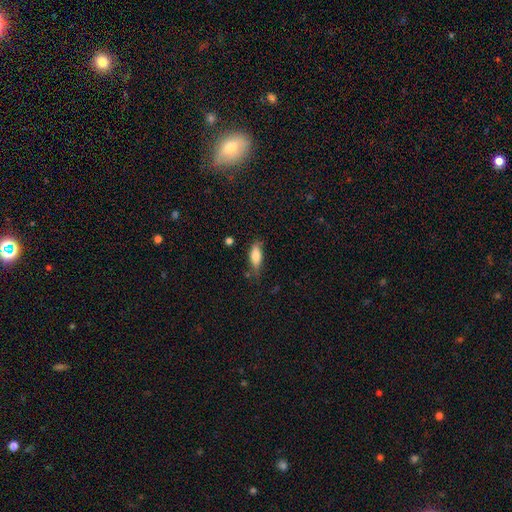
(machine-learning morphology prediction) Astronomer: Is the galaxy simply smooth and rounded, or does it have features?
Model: smooth — 81%.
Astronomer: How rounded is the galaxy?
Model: in between — 71%.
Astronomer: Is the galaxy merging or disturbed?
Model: none — 65%.